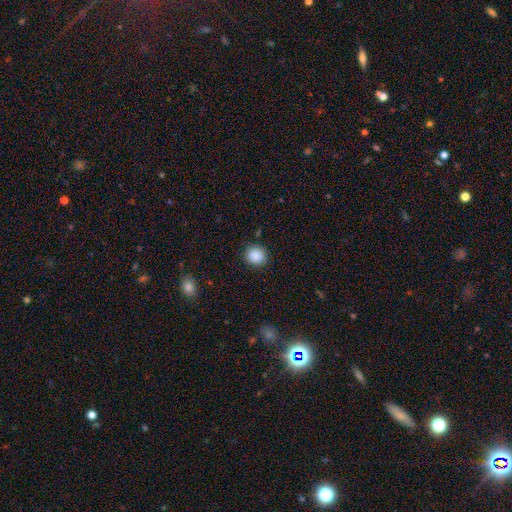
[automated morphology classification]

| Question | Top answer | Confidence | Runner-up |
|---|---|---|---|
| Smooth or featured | smooth | 88% | star or artifact (9%) |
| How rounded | round | 88% | in between (11%) |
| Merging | none | 89% | minor disturbance (7%) |